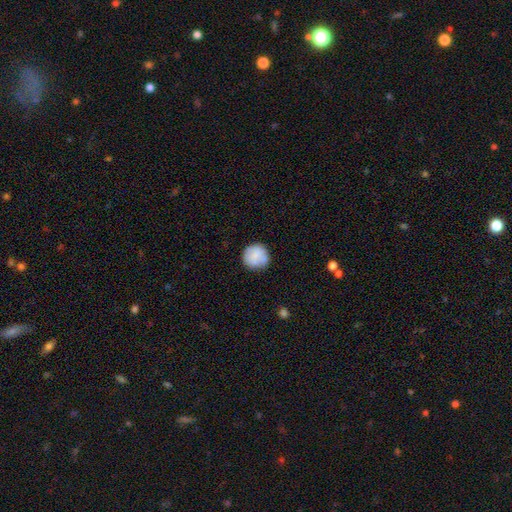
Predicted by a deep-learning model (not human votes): The model was most divided on "smooth or featured": smooth: 75%, featured or disk: 17%, star or artifact: 7%. More confident: how rounded — round (91%); merging — none (77%).